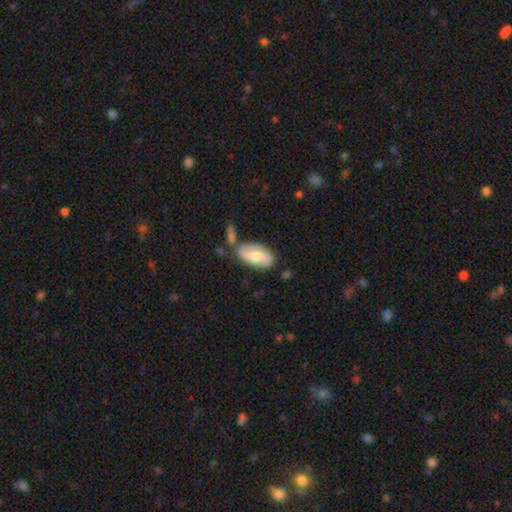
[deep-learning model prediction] smooth 49%, featured or disk 45%, star or artifact 6%. Down the decision tree: merging — none (61%).